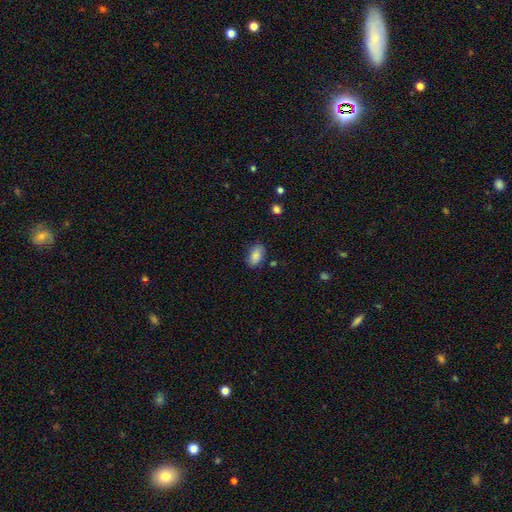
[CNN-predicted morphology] Overall: smooth (86%). How rounded: in between (92%). Merging: none (79%).